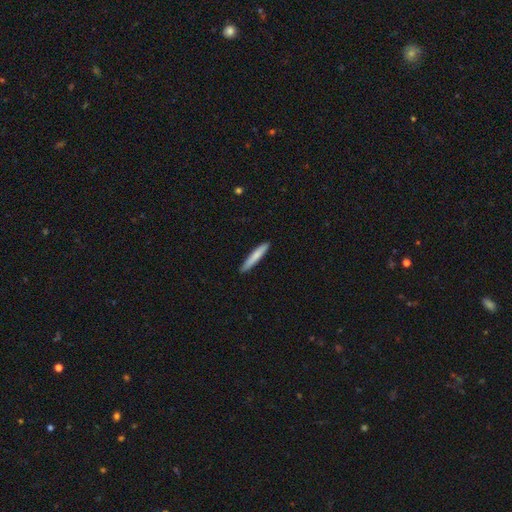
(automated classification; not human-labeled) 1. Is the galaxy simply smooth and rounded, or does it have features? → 78% smooth, 17% featured or disk, 5% star or artifact.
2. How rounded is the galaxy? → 94% cigar-shaped, 5% in between, 1% round.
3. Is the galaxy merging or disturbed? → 89% none, 8% minor disturbance, 1% major disturbance, 1% merger.